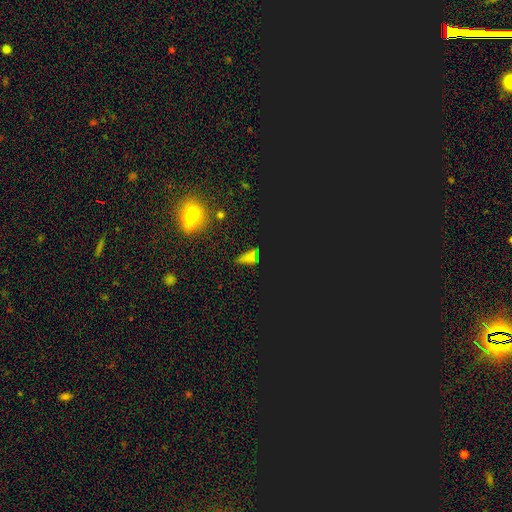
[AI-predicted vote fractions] Smooth or featured? star or artifact (65%)